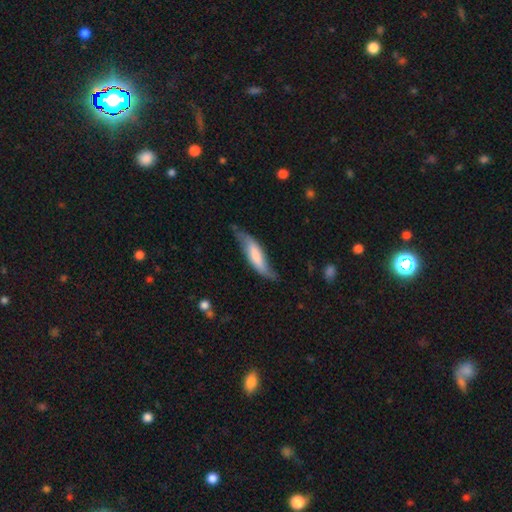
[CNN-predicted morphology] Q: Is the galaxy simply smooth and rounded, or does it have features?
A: smooth — 51%.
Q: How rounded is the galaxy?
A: cigar-shaped — 62%.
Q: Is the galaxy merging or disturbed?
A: none — 56%.